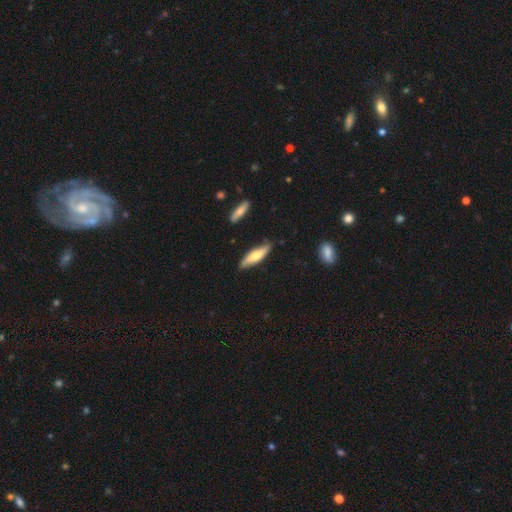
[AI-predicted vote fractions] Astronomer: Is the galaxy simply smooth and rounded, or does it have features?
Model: smooth — 62%.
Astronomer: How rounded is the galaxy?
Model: cigar-shaped — 64%.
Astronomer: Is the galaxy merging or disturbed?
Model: none — 82%.